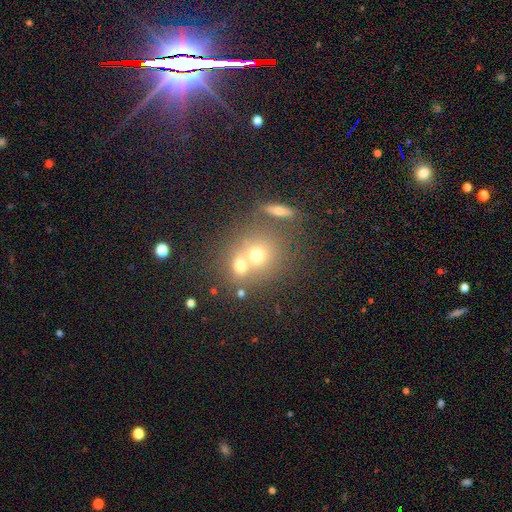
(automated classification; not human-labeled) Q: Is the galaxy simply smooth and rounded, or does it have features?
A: smooth — 51%.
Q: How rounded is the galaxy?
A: round — 79%.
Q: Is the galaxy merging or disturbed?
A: merger — 50%.